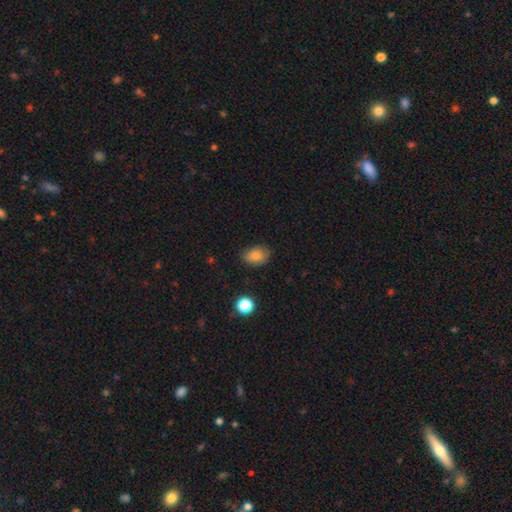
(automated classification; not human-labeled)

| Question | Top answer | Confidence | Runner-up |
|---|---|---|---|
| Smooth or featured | smooth | 82% | star or artifact (10%) |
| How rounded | in between | 78% | round (21%) |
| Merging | none | 78% | minor disturbance (18%) |